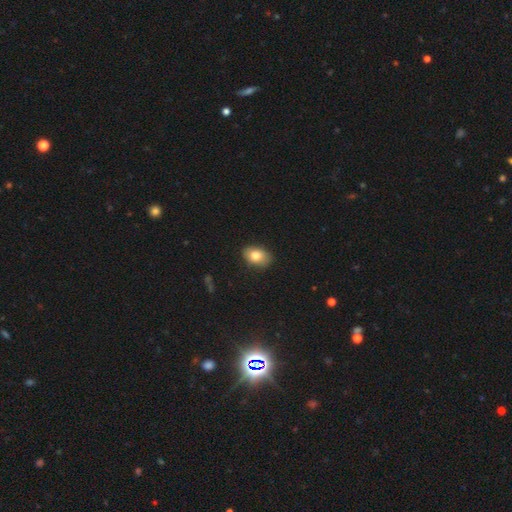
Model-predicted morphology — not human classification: smooth_or_featured: smooth (p=0.81) [alt: featured or disk p=0.11]
how_rounded: in between (p=0.82) [alt: round p=0.17]
merging: none (p=0.84) [alt: minor disturbance p=0.12]